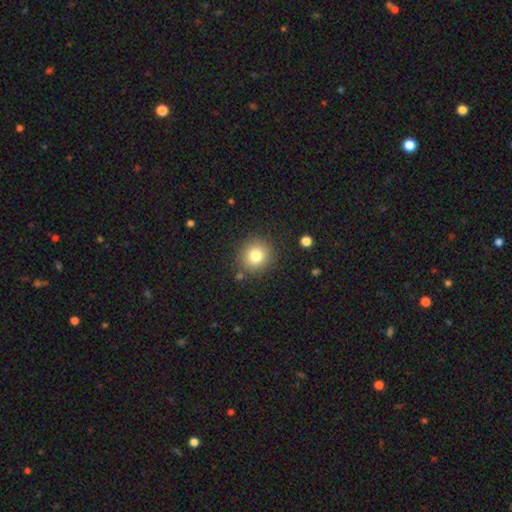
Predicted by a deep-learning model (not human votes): The model was most divided on "smooth or featured": smooth: 80%, star or artifact: 12%, featured or disk: 9%. More confident: how rounded — round (89%); merging — none (87%).